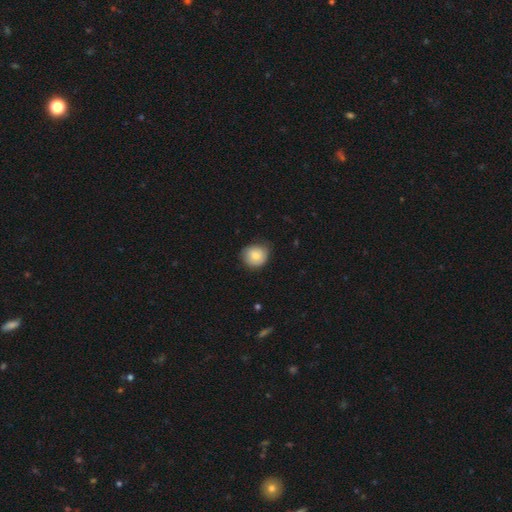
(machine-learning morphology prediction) This is likely a smooth galaxy (80%). How rounded: clearly round (83%). Merging: likely none (76%).